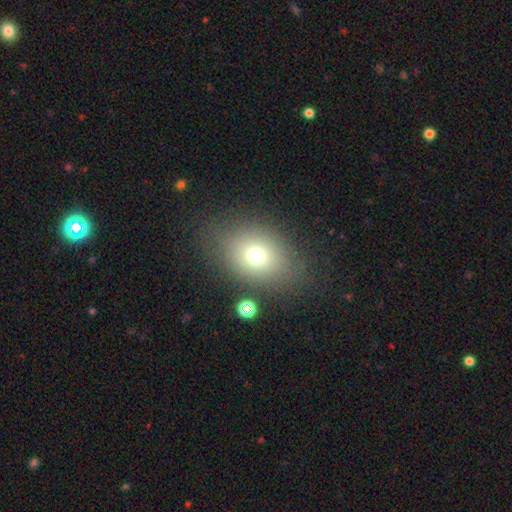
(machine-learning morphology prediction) smooth_or_featured: smooth (p=0.71) [alt: star or artifact p=0.16]
how_rounded: in between (p=0.63) [alt: round p=0.35]
merging: none (p=0.76) [alt: minor disturbance p=0.13]